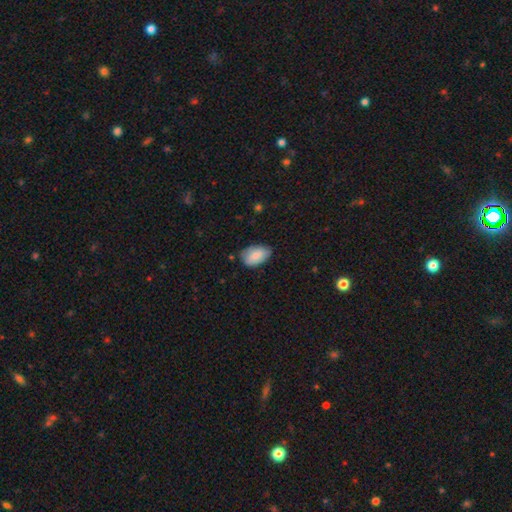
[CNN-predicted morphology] The model was most divided on "merging": none: 67%, minor disturbance: 28%, major disturbance: 4%, merger: 1%. More confident: how rounded — in between (90%); smooth or featured — smooth (84%).